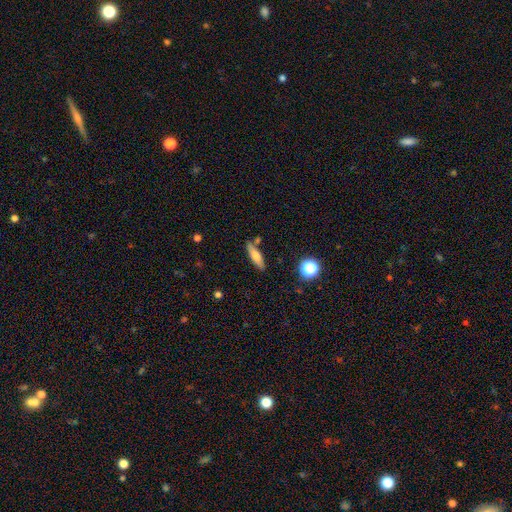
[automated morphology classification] type=smooth (63%); roundness=cigar-shaped (66%); merging=none (78%).